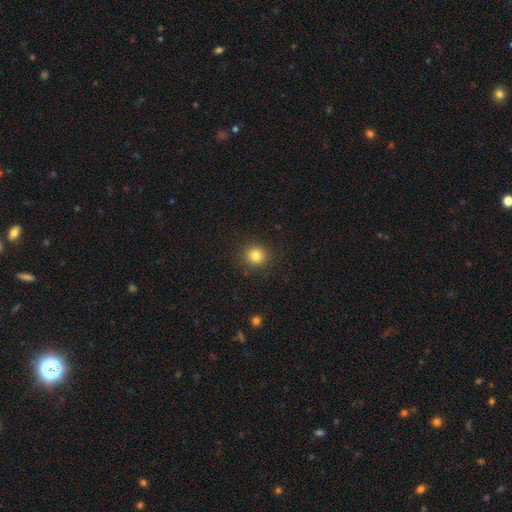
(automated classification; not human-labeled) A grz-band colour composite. It shows a smooth galaxy with no disk features (82%) that is round (90%). Merging: none (90%).